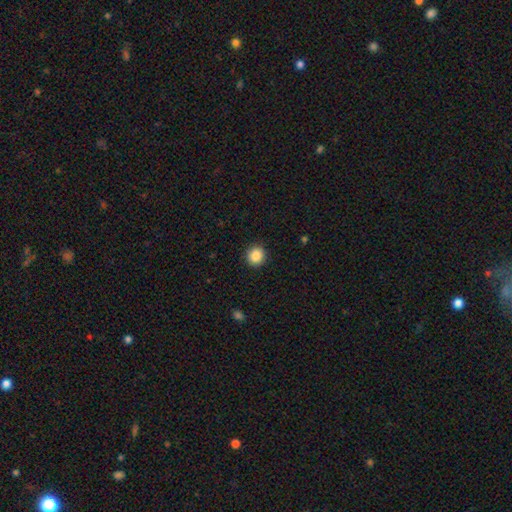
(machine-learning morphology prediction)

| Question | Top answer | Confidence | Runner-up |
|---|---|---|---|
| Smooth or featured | smooth | 87% | star or artifact (9%) |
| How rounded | round | 91% | in between (8%) |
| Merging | none | 92% | minor disturbance (5%) |